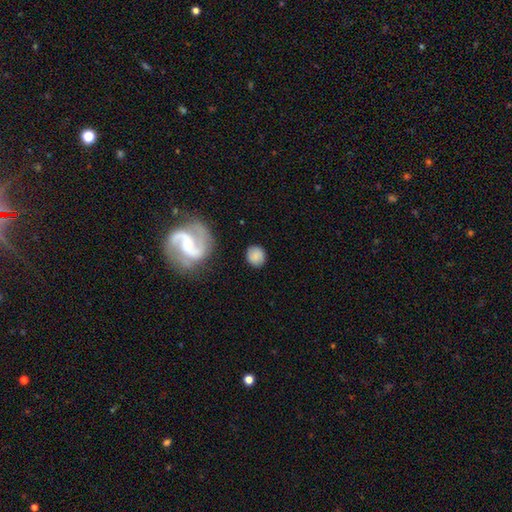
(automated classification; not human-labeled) Morphology: type=smooth (76%); roundness=round (80%); merging=none (81%).